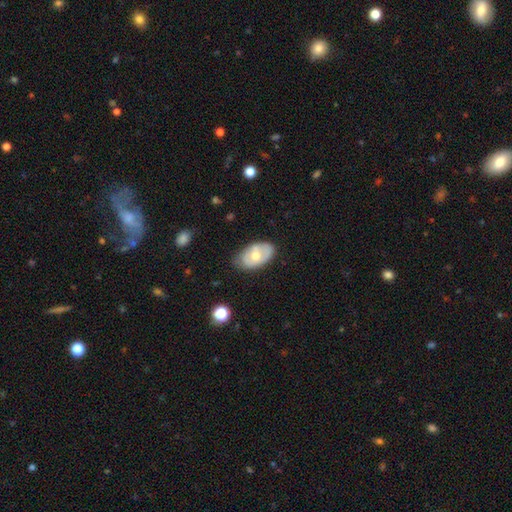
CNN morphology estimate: Smooth or featured: smooth — 47% (featured or disk — 46%)
Merging: none — 71% (minor disturbance — 23%)